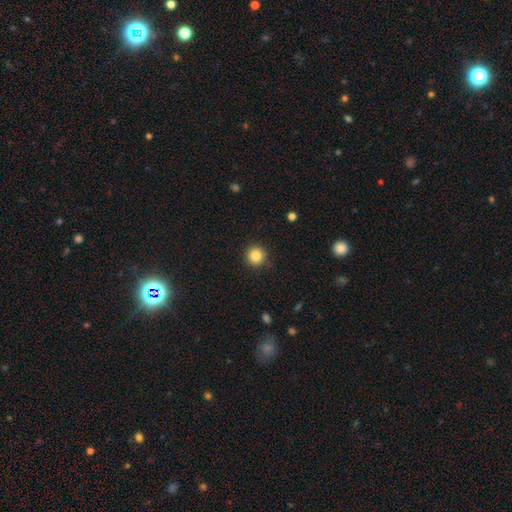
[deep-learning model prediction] smooth 84%, star or artifact 11%, featured or disk 6%. Down the decision tree: how rounded — round (95%); merging — none (90%).